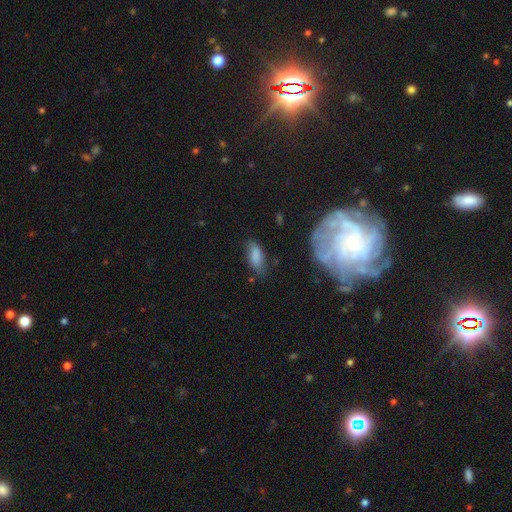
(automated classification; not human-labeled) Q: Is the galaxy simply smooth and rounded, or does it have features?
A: smooth — 80%.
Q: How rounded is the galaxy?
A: in between — 83%.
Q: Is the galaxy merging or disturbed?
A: none — 63%.